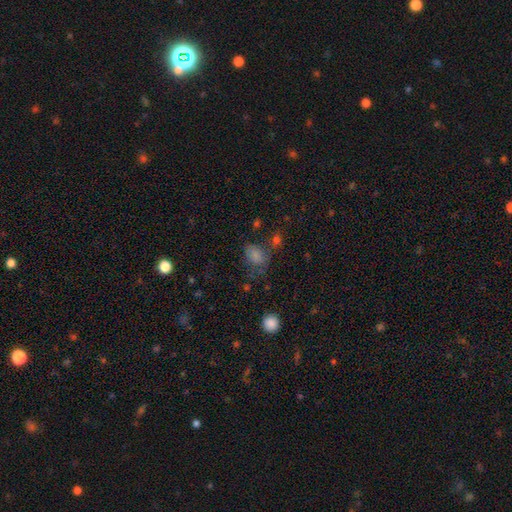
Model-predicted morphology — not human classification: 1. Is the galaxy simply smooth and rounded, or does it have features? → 77% smooth, 13% star or artifact, 10% featured or disk.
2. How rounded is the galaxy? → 72% in between, 26% round, 1% cigar-shaped.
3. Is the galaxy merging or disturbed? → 47% none, 25% minor disturbance, 16% major disturbance, 12% merger.